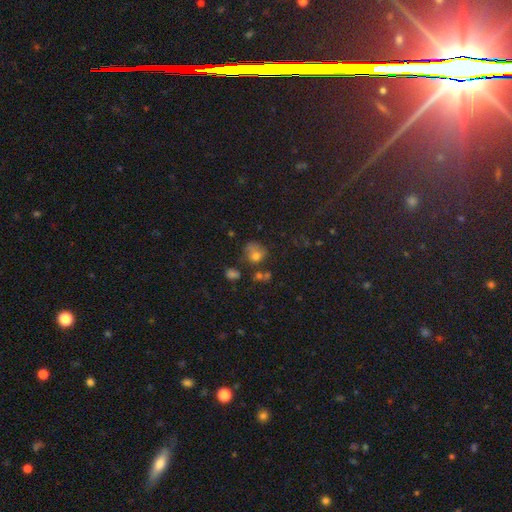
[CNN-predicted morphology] Smooth or featured?
  - smooth: 71% *
  - star or artifact: 15%
  - featured or disk: 14%
How rounded?
  - round: 62% *
  - in between: 37%
  - cigar-shaped: 1%
Merging?
  - none: 40% *
  - minor disturbance: 28%
  - major disturbance: 19%
  - merger: 13%